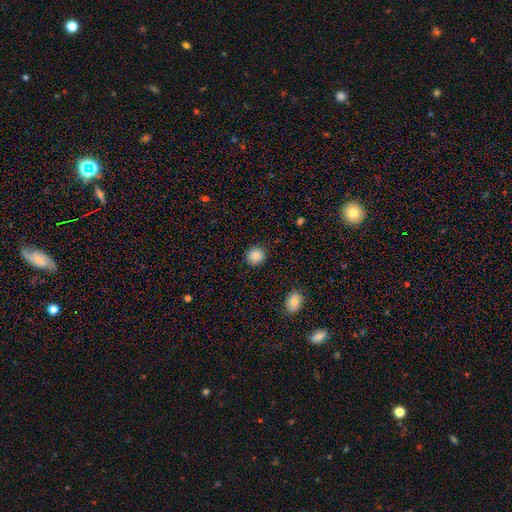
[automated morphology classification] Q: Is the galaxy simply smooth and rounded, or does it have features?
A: smooth — 87%.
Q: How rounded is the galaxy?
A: round — 86%.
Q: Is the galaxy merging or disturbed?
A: none — 90%.